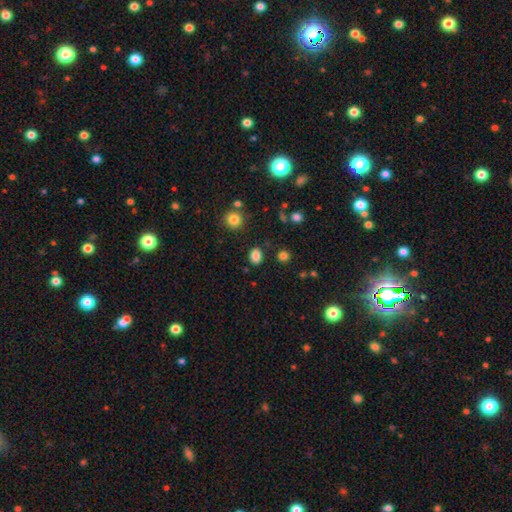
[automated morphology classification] Smooth or featured? smooth (84%)
How rounded? in between (65%)
Merging? none (85%)